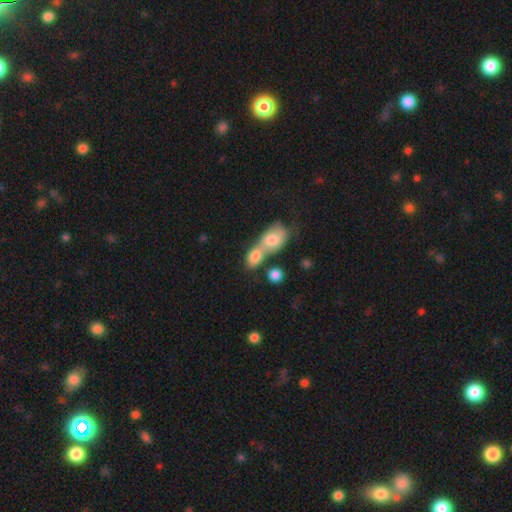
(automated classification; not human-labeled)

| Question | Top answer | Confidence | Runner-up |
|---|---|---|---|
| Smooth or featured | smooth | 74% | featured or disk (16%) |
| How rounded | in between | 69% | round (26%) |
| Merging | merger | 71% | none (18%) |